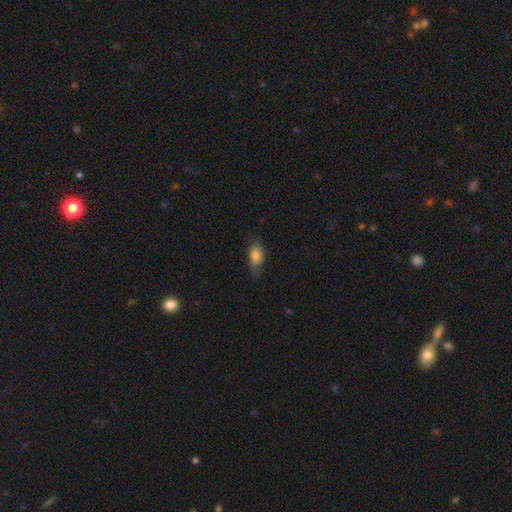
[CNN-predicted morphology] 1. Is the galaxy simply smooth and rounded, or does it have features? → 78% smooth, 15% featured or disk, 8% star or artifact.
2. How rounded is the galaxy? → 88% in between, 6% round, 6% cigar-shaped.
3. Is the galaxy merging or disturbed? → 62% none, 28% minor disturbance, 8% major disturbance, 1% merger.